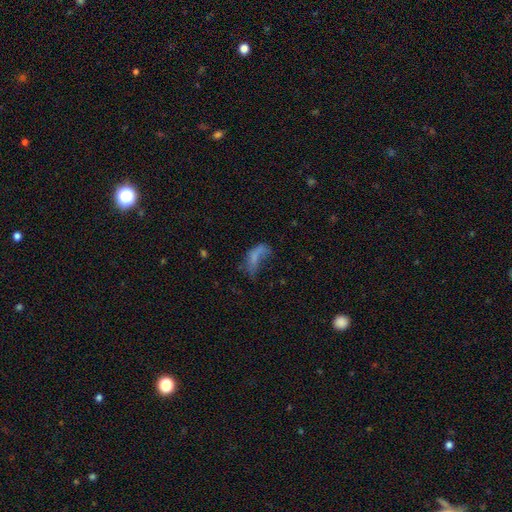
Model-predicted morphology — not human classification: A smooth galaxy with no disk features (56%) that is in between round and cigar-shaped (80%). Merging: major disturbance (48%).